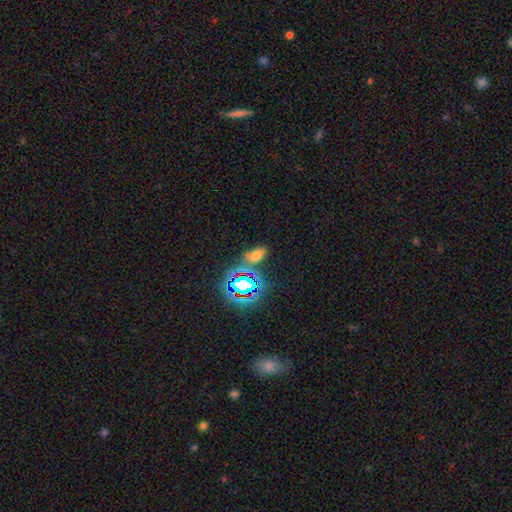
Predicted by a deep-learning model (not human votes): Smooth or featured? Predicted: smooth (p=0.54). How rounded? Predicted: in between (p=0.85). Merging? Predicted: none (p=0.69).